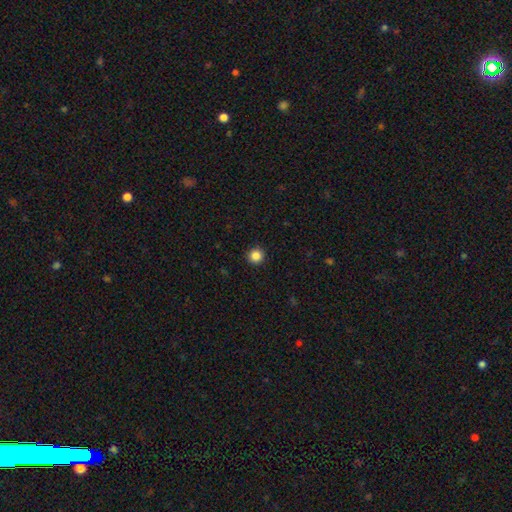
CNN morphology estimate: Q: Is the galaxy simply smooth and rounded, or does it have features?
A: smooth — 86%.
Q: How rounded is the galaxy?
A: round — 95%.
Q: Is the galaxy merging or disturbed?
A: none — 93%.